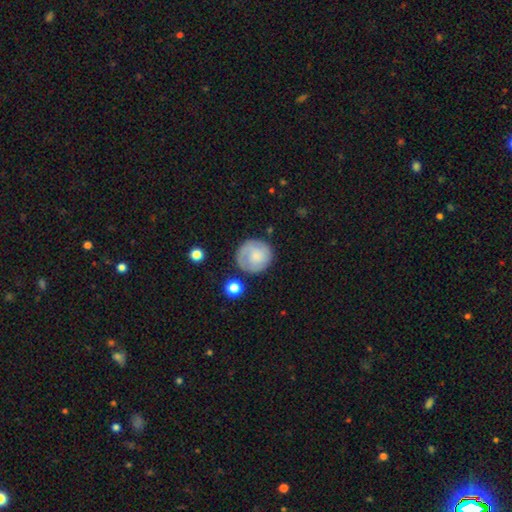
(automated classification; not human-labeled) smooth 60%, featured or disk 33%, star or artifact 7%. Down the decision tree: how rounded — round (90%); merging — none (75%).